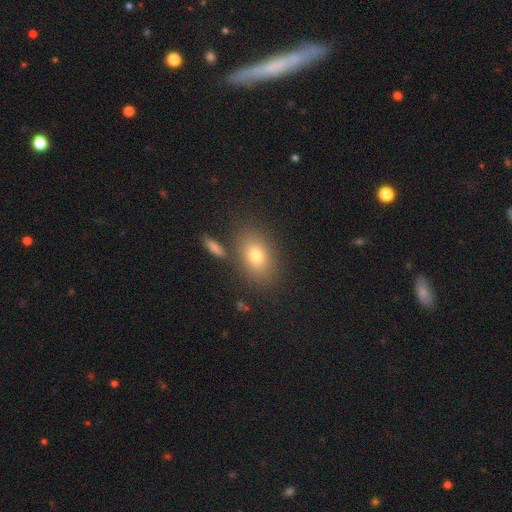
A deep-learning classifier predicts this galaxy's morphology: Smooth or featured? smooth (74%)
How rounded? in between (78%)
Merging? none (77%)